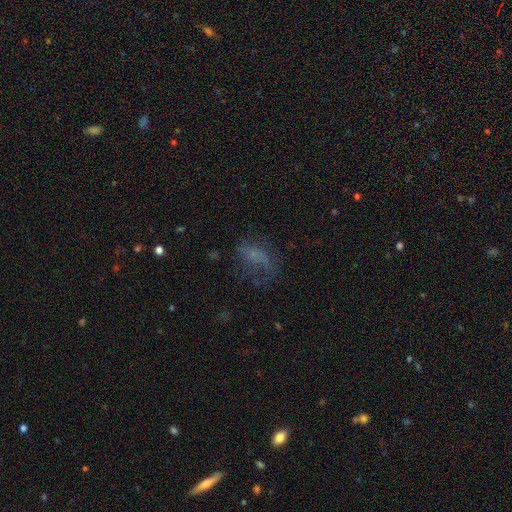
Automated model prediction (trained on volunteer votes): This appears to be a smooth galaxy with no disk features (41%). Merging: none (39%).